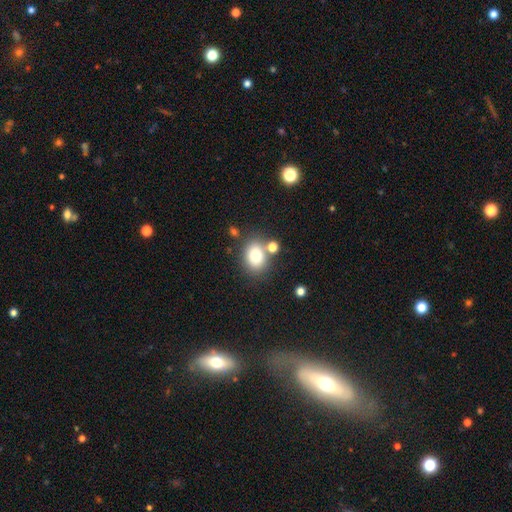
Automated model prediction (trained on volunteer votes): A smooth galaxy with no disk features (79%) that is in between round and cigar-shaped (53%).

Vote fractions:
- Smooth or featured? smooth: 79% / star or artifact: 11% / featured or disk: 10%
- How rounded? in between: 53% / round: 46% / cigar-shaped: 1%
- Merging? none: 70% / merger: 14% / minor disturbance: 12% / major disturbance: 4%